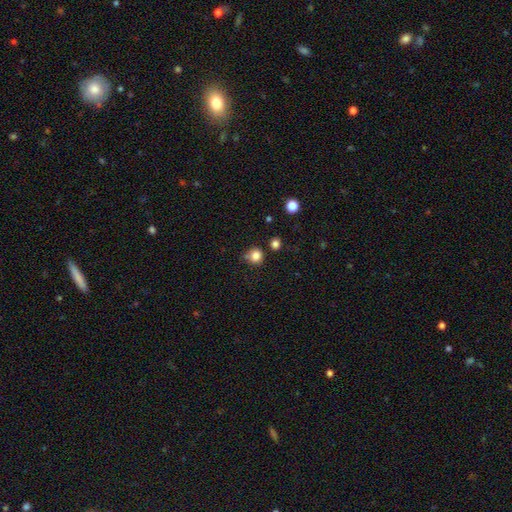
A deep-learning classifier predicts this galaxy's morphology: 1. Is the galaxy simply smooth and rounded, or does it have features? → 83% smooth, 12% star or artifact, 5% featured or disk.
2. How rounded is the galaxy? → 90% round, 9% in between, 1% cigar-shaped.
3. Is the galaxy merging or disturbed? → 70% none, 18% minor disturbance, 8% merger, 4% major disturbance.